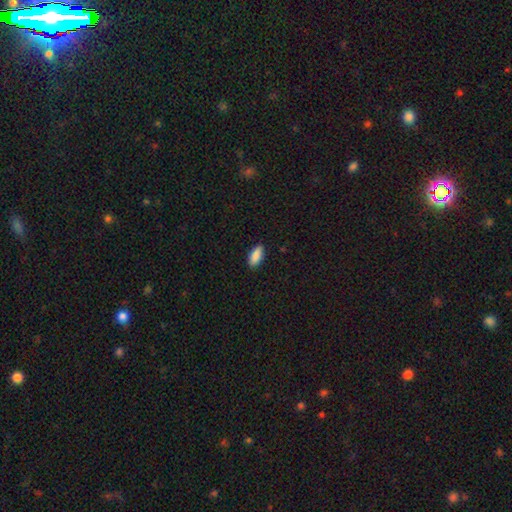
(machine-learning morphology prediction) Smooth or featured?
  - smooth: 90% *
  - star or artifact: 6%
  - featured or disk: 4%
How rounded?
  - in between: 87% *
  - cigar-shaped: 11%
  - round: 2%
Merging?
  - none: 89% *
  - minor disturbance: 9%
  - major disturbance: 2%
  - merger: 1%